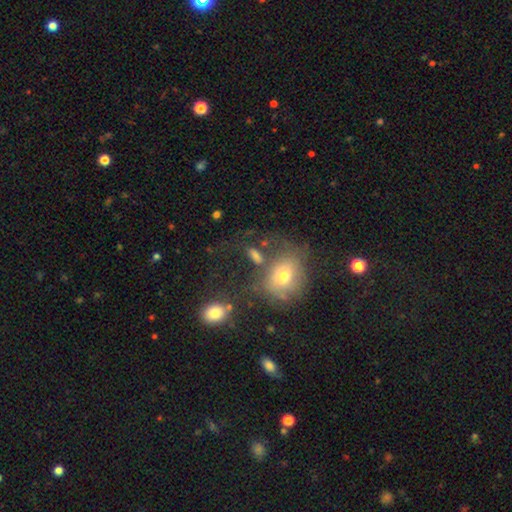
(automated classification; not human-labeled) Overall: smooth (64%). How rounded: in between (64%; round 32%). Merging: none (46%; minor disturbance 18%).